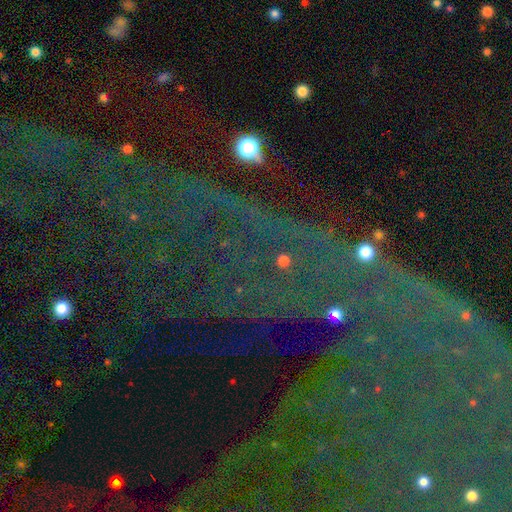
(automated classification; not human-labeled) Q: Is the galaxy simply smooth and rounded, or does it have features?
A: star or artifact — 82%.